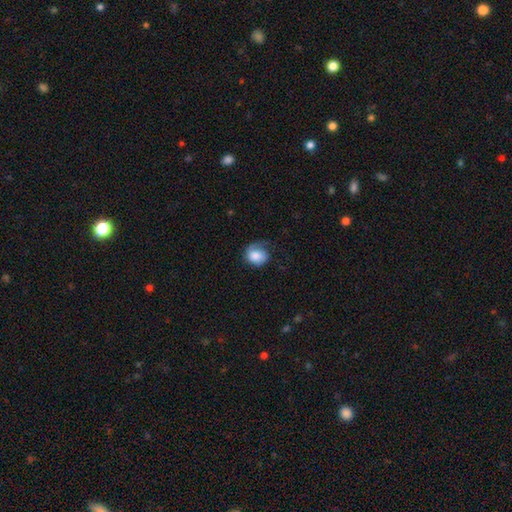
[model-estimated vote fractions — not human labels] Morphology: type=smooth (76%); roundness=round (58%); merging=none (40%).